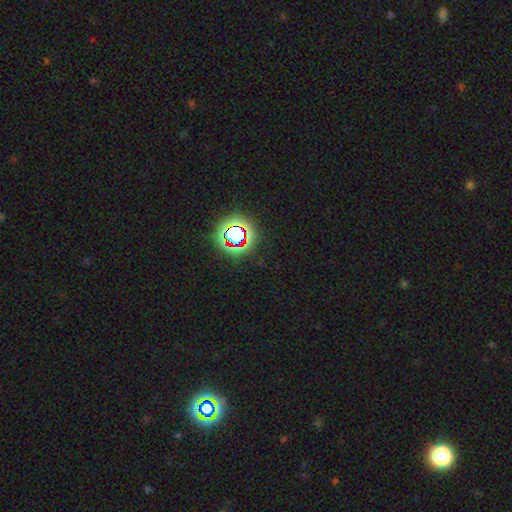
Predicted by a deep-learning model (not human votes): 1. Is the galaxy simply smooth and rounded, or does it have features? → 78% star or artifact, 13% smooth, 8% featured or disk.